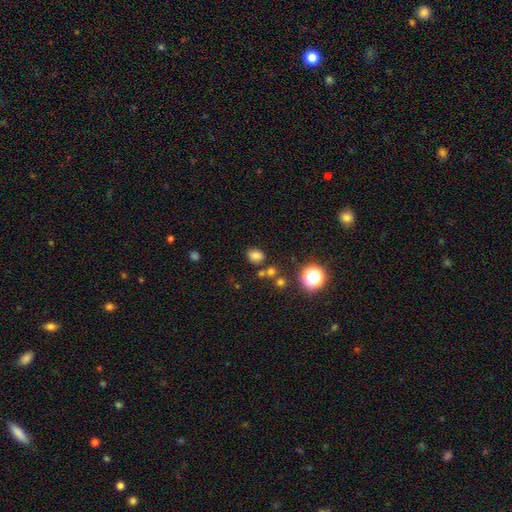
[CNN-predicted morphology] smooth_or_featured: smooth (p=0.74) [alt: star or artifact p=0.19]
how_rounded: in between (p=0.52) [alt: round p=0.47]
merging: none (p=0.74) [alt: minor disturbance p=0.12]